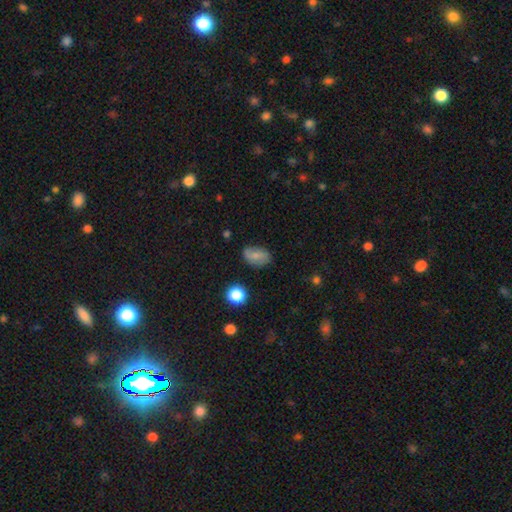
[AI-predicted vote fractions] This is likely a smooth galaxy (63%). How rounded: clearly in between (84%). Merging: likely none (75%).